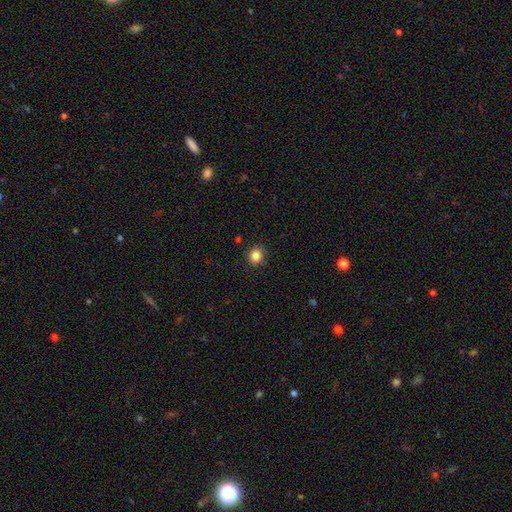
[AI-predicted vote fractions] smooth-or-featured: smooth: 85% | star or artifact: 11% | featured or disk: 4%
  how-rounded: round: 80% | in between: 19% | cigar-shaped: 1%
  merging: none: 89% | minor disturbance: 8% | major disturbance: 2% | merger: 1%